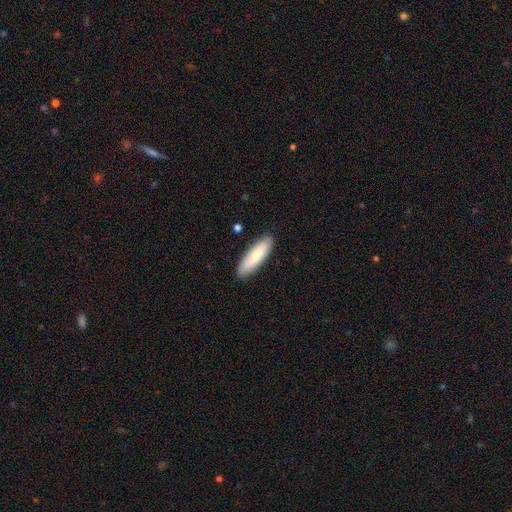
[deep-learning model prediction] The model was most divided on "how rounded": cigar-shaped: 51%, in between: 47%, round: 2%. More confident: merging — none (88%); smooth or featured — smooth (77%).